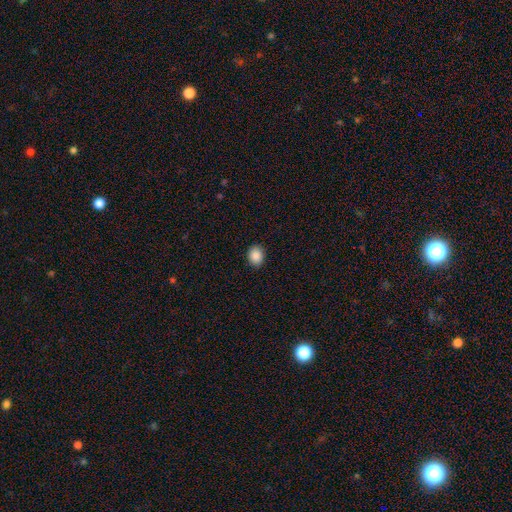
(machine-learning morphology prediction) Smooth or featured: smooth — 88% (star or artifact — 8%)
How rounded: round — 51% (in between — 48%)
Merging: none — 90% (minor disturbance — 7%)